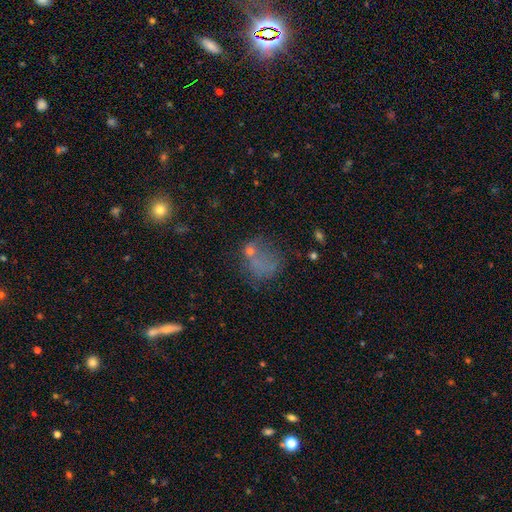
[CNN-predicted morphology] Smooth or featured? smooth (51%)
How rounded? round (64%)
Merging? none (48%)